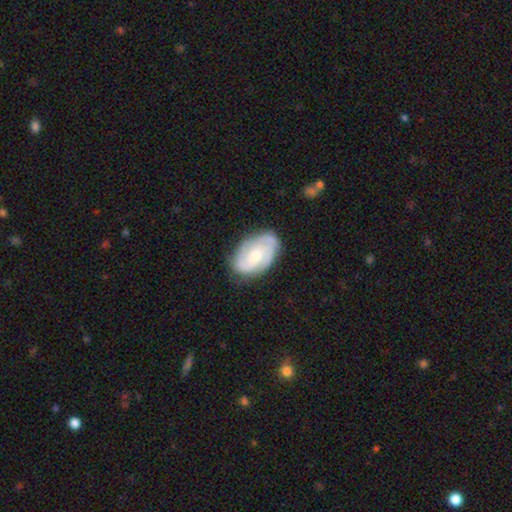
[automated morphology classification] smooth_or_featured: featured or disk (p=0.75) [alt: smooth p=0.20]
disk_edge_on: no (p=0.97) [alt: yes p=0.03]
bar: no (p=0.63) [alt: weak p=0.31]
has_spiral_arms: yes (p=0.92) [alt: no p=0.08]
spiral_winding: tight (p=0.54) [alt: medium p=0.36]
spiral_arm_count: 2 (p=0.39) [alt: 3 p=0.27]
bulge_size: moderate (p=0.48) [alt: small p=0.47]
merging: none (p=0.74) [alt: minor disturbance p=0.20]